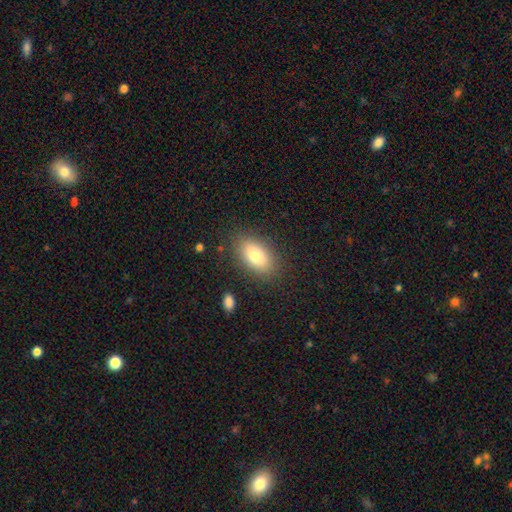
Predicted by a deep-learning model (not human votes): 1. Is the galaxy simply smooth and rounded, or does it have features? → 78% smooth, 13% featured or disk, 8% star or artifact.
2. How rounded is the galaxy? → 90% in between, 7% round, 3% cigar-shaped.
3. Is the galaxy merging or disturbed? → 85% none, 10% minor disturbance, 3% major disturbance, 2% merger.